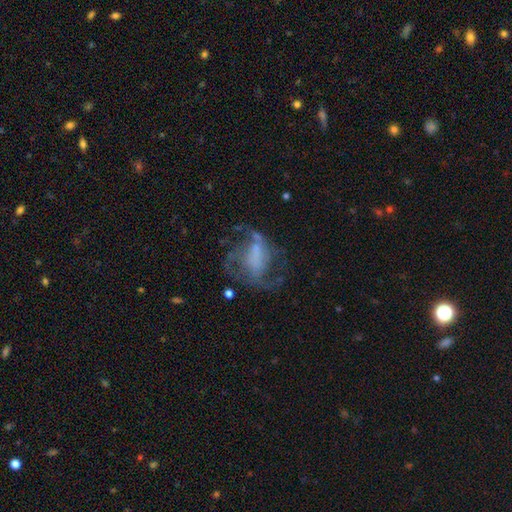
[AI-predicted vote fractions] A featured or disk galaxy (69%) with no bar (49%), spiral arms (73%) and no central bulge (52%). Merging: none (43%).